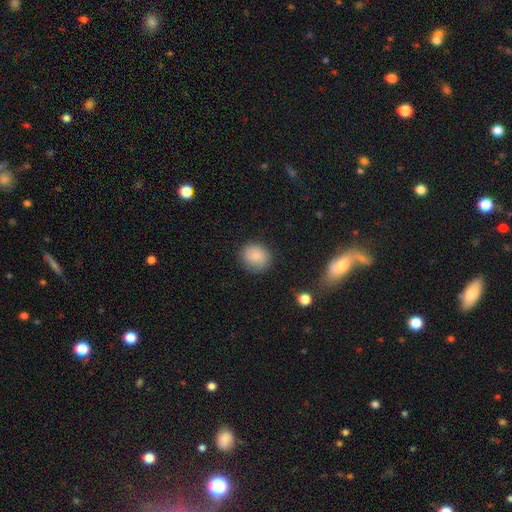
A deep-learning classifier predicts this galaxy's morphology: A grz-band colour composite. It shows a smooth galaxy with no disk features (85%) that is round (80%). Merging: none (82%).